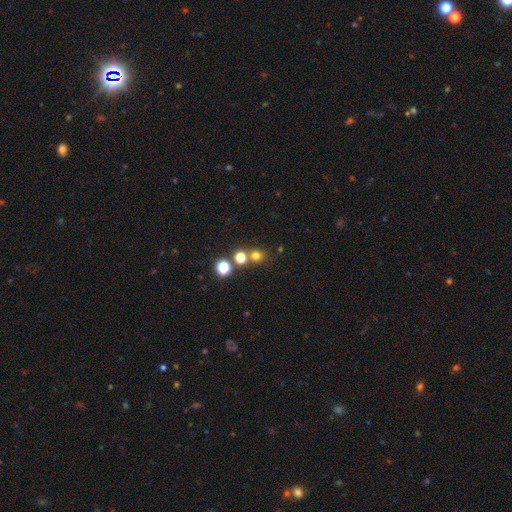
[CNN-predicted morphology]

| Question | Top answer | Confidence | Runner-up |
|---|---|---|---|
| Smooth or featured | smooth | 70% | star or artifact (23%) |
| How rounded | round | 87% | in between (12%) |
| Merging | none | 69% | merger (20%) |